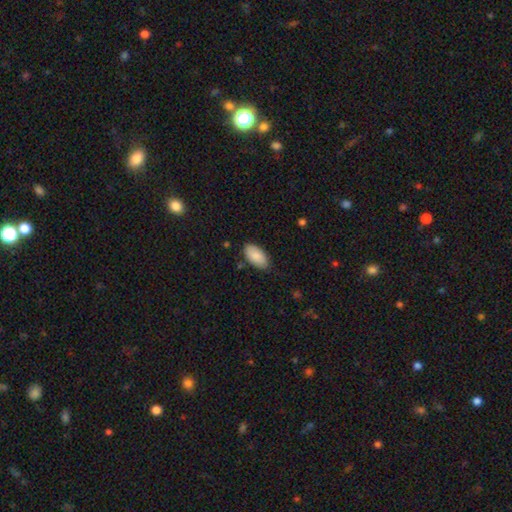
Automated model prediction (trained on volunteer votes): Smooth or featured? Predicted: smooth (p=0.88). How rounded? Predicted: in between (p=0.95). Merging? Predicted: none (p=0.83).